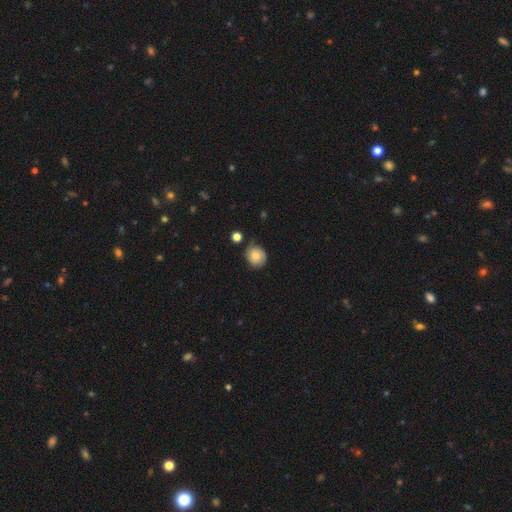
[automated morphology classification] smooth 62%, featured or disk 29%, star or artifact 9%. Down the decision tree: how rounded — round (78%); merging — none (73%).